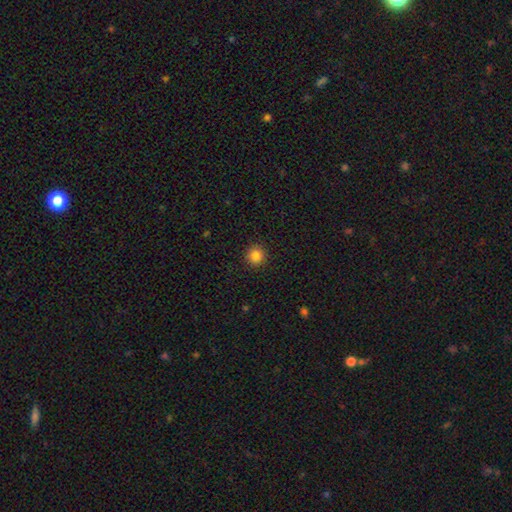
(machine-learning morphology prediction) Smooth or featured?
  - smooth: 84% *
  - star or artifact: 11%
  - featured or disk: 5%
How rounded?
  - round: 95% *
  - in between: 4%
  - cigar-shaped: 1%
Merging?
  - none: 93% *
  - minor disturbance: 5%
  - major disturbance: 2%
  - merger: 1%